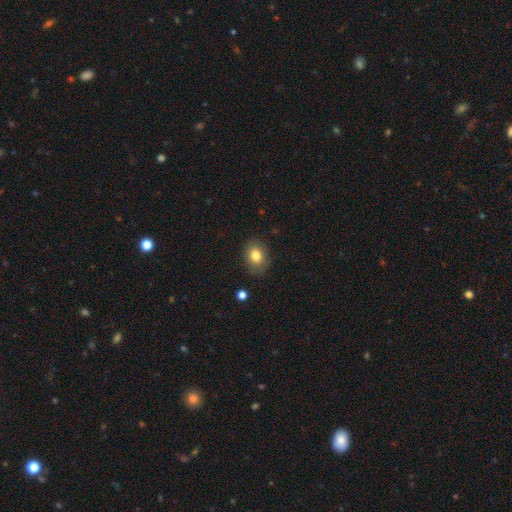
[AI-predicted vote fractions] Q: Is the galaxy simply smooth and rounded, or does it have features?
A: smooth — 82%.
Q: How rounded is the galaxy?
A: in between — 53%.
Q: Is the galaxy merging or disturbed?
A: none — 83%.